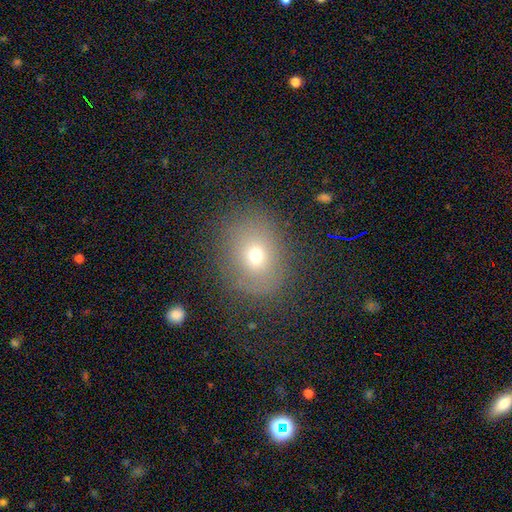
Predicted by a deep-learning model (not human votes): Q: Smooth or featured?
A: smooth (65%); runner-up: featured or disk (18%)
Q: How rounded?
A: round (52%); runner-up: in between (46%)
Q: Merging?
A: none (76%); runner-up: minor disturbance (15%)